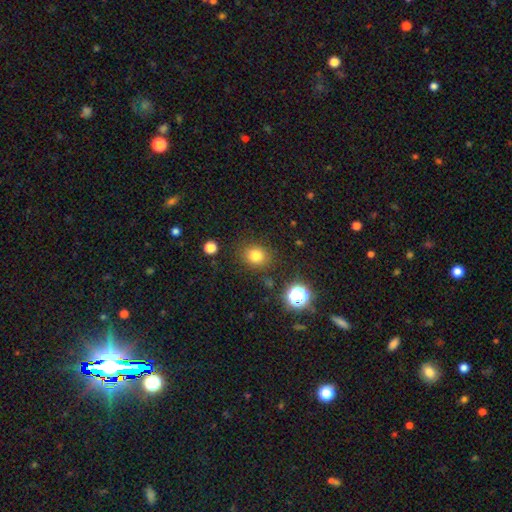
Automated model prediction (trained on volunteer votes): Smooth or featured? Predicted: smooth (p=0.78). How rounded? Predicted: round (p=0.71). Merging? Predicted: none (p=0.84).